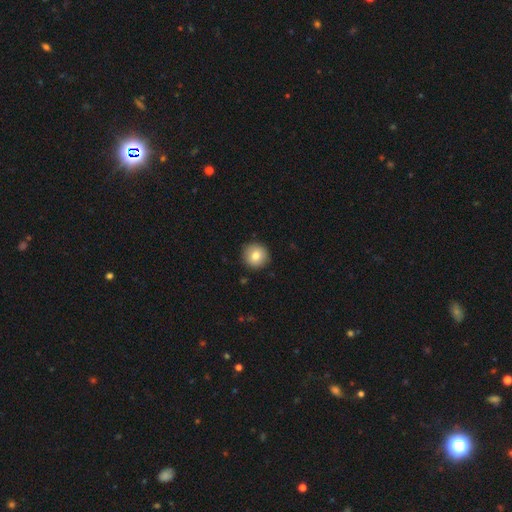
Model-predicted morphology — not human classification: Overall: smooth (82%). How rounded: round (95%). Merging: none (91%).